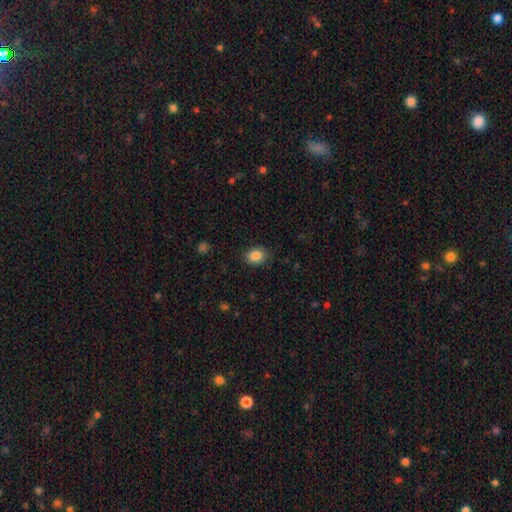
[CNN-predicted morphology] The model was most divided on "how rounded": in between: 65%, round: 34%, cigar-shaped: 1%. More confident: smooth or featured — smooth (86%); merging — none (86%).